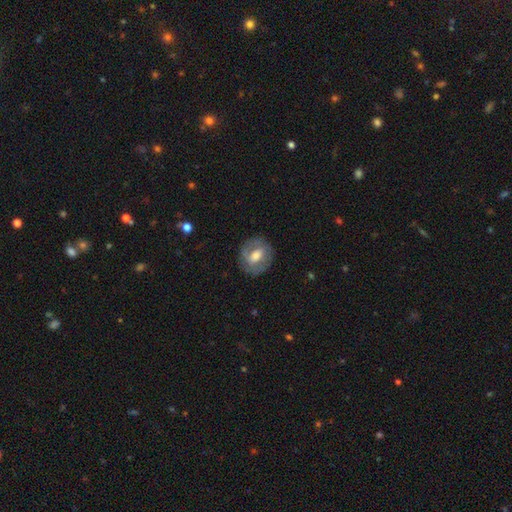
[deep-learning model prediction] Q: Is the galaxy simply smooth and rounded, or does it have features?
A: featured or disk — 49%.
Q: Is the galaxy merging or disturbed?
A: none — 81%.